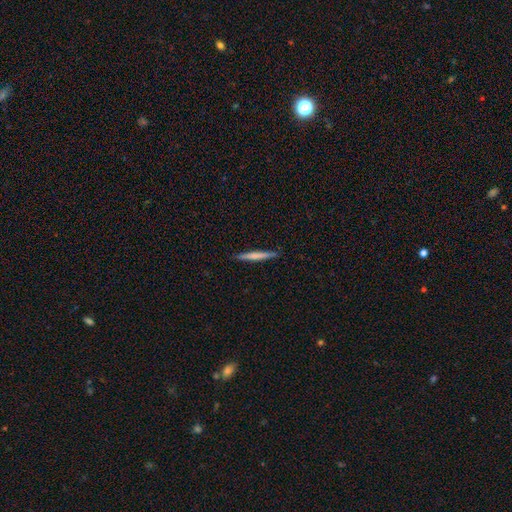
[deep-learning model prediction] Q: Smooth or featured?
A: smooth (60%); runner-up: featured or disk (35%)
Q: How rounded?
A: cigar-shaped (96%); runner-up: in between (3%)
Q: Merging?
A: none (91%); runner-up: minor disturbance (7%)